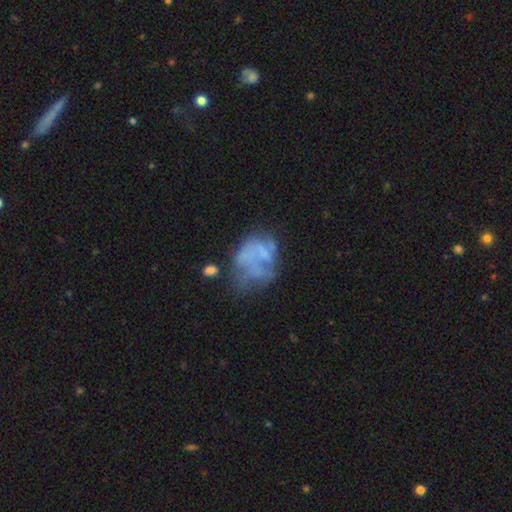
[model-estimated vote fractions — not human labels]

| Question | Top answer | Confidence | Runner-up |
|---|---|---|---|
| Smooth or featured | featured or disk | 54% | smooth (33%) |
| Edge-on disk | no | 98% | yes (2%) |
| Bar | no | 90% | weak (8%) |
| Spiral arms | no | 86% | yes (14%) |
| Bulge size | none | 81% | small (9%) |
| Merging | major disturbance | 34% | none (32%) |